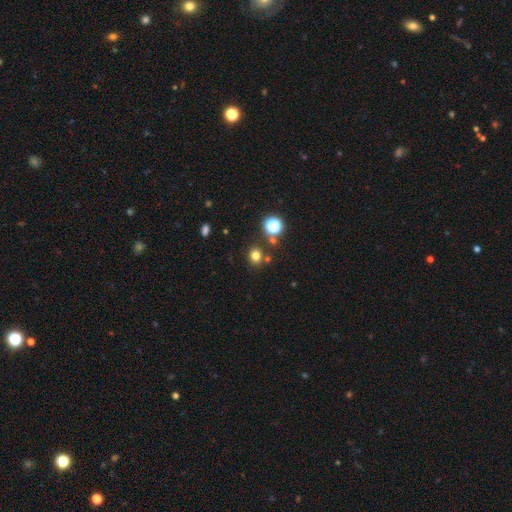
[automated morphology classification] type=smooth (76%); roundness=round (76%); merging=none (79%).